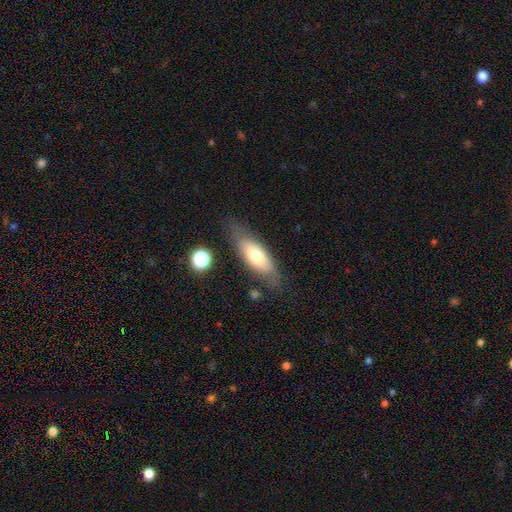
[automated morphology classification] A smooth galaxy with no disk features (66%) that is in between round and cigar-shaped (71%).

Vote fractions:
- Smooth or featured? smooth: 66% / featured or disk: 27% / star or artifact: 7%
- How rounded? in between: 71% / cigar-shaped: 26% / round: 3%
- Merging? none: 71% / minor disturbance: 19% / major disturbance: 7% / merger: 3%